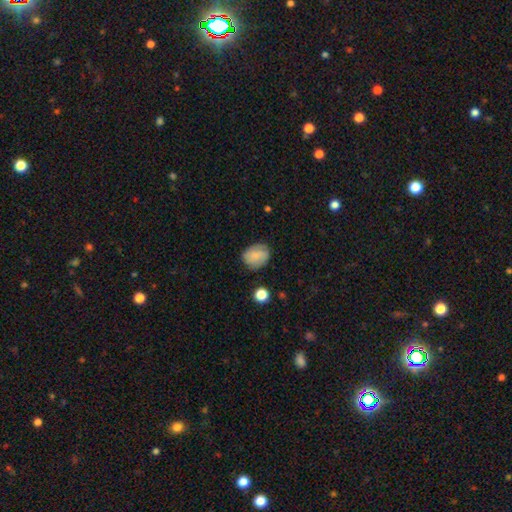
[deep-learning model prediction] The model was most divided on "how rounded": round: 52%, in between: 47%, cigar-shaped: 1%. More confident: merging — none (77%); smooth or featured — smooth (69%).